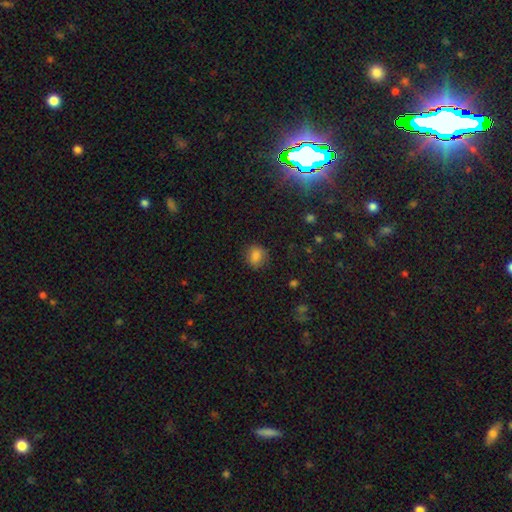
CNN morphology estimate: A smooth galaxy with no disk features (82%) that is round (66%). Merging: none (81%).